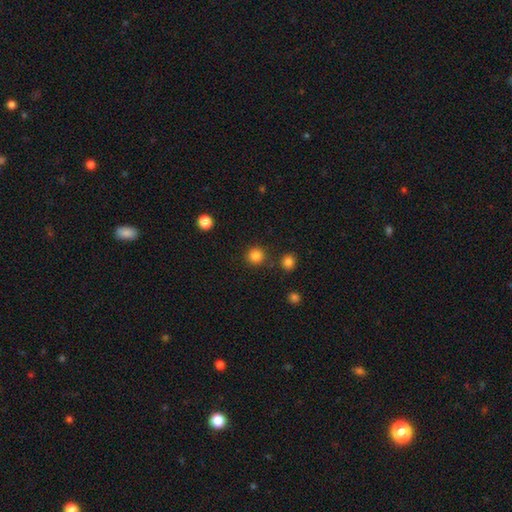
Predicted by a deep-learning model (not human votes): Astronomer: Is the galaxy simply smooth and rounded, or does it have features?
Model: smooth — 85%.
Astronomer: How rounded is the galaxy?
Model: round — 94%.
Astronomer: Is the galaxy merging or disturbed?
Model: none — 88%.